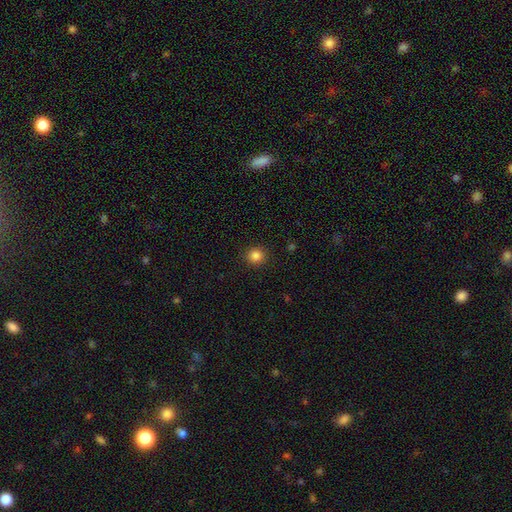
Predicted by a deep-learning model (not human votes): Morphology: type=smooth (84%); roundness=round (91%); merging=none (91%).